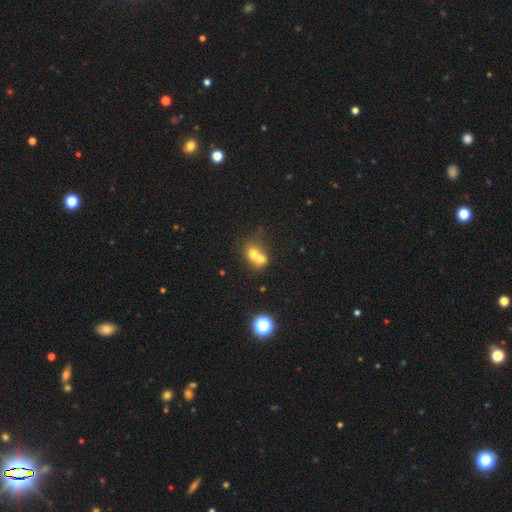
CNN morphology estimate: A smooth galaxy with no disk features (64%) that is round (62%).

Vote fractions:
- Smooth or featured? smooth: 64% / featured or disk: 23% / star or artifact: 13%
- How rounded? round: 62% / in between: 37% / cigar-shaped: 1%
- Merging? merger: 70% / none: 20% / minor disturbance: 6% / major disturbance: 3%